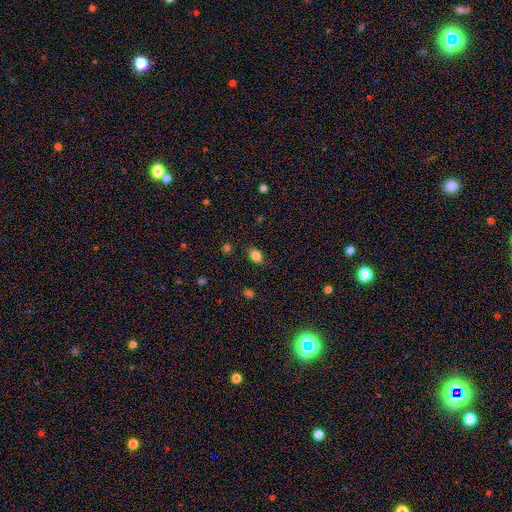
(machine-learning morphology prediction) A smooth galaxy with no disk features (84%) that is in between round and cigar-shaped (77%). Merging: none (80%).